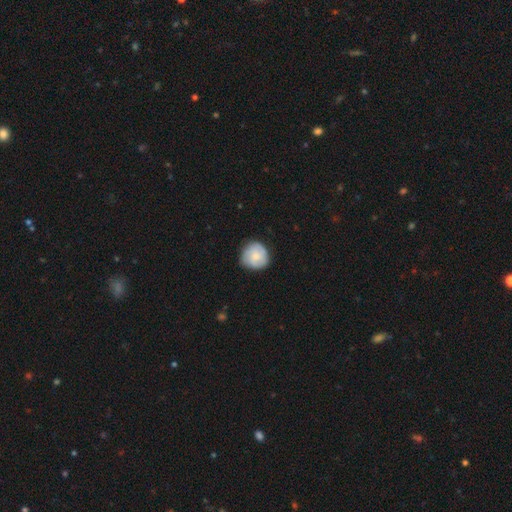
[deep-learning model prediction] smooth-or-featured: smooth: 67% | featured or disk: 27% | star or artifact: 6%
  how-rounded: round: 91% | in between: 8% | cigar-shaped: 1%
  merging: none: 77% | minor disturbance: 19% | major disturbance: 4% | merger: 1%